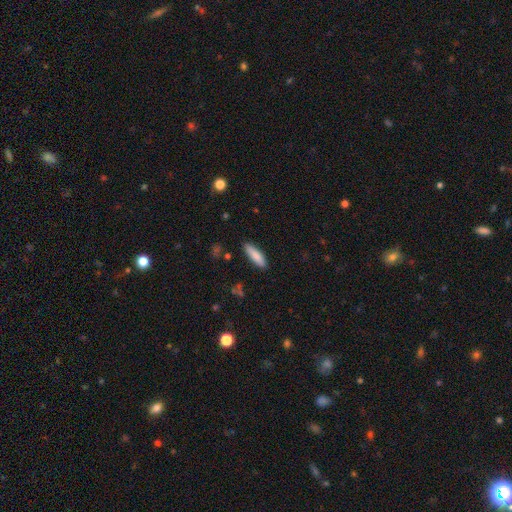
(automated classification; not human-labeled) smooth_or_featured: smooth (p=0.85) [alt: featured or disk p=0.09]
how_rounded: cigar-shaped (p=0.66) [alt: in between p=0.32]
merging: none (p=0.88) [alt: minor disturbance p=0.09]